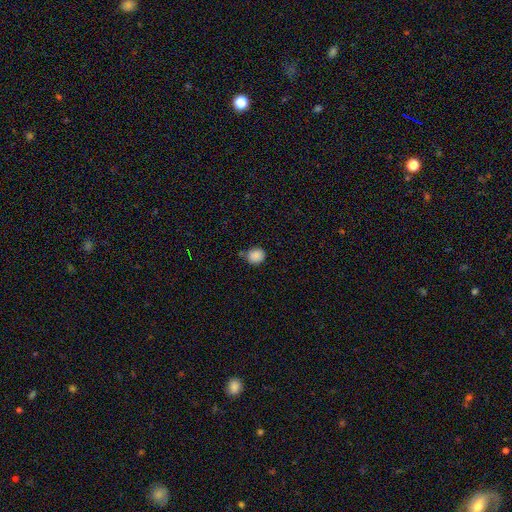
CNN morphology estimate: Smooth or featured? Predicted: smooth (p=0.88). How rounded? Predicted: round (p=0.76). Merging? Predicted: none (p=0.73).